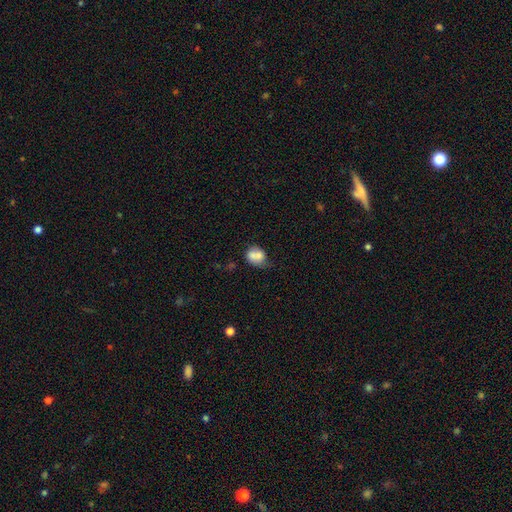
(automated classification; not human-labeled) Smooth or featured? smooth (73%)
How rounded? round (54%)
Merging? merger (39%)